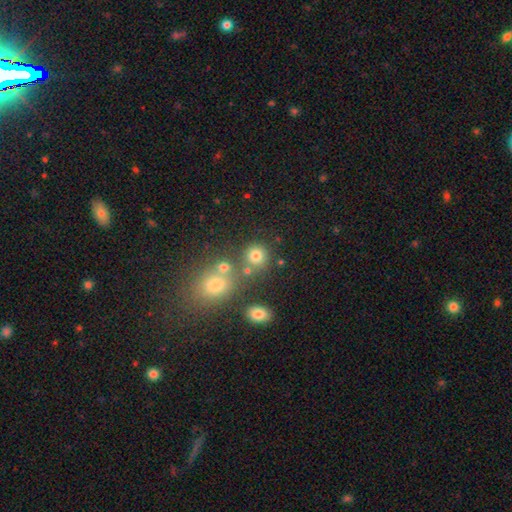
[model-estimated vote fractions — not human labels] smooth 76%, star or artifact 16%, featured or disk 8%. Down the decision tree: how rounded — round (86%); merging — none (73%).